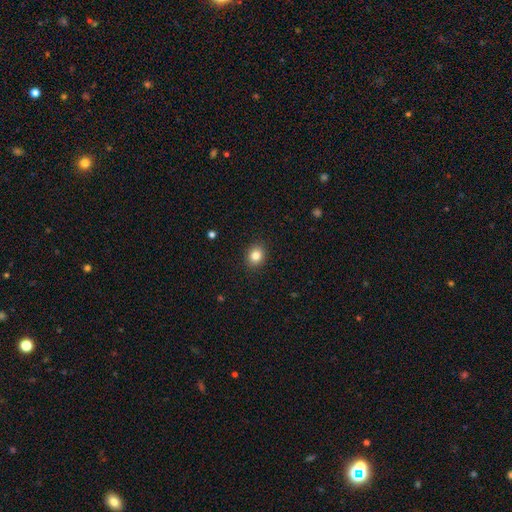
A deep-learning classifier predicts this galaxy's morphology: The model was most divided on "how rounded": round: 60%, in between: 39%, cigar-shaped: 1%. More confident: merging — none (90%); smooth or featured — smooth (84%).